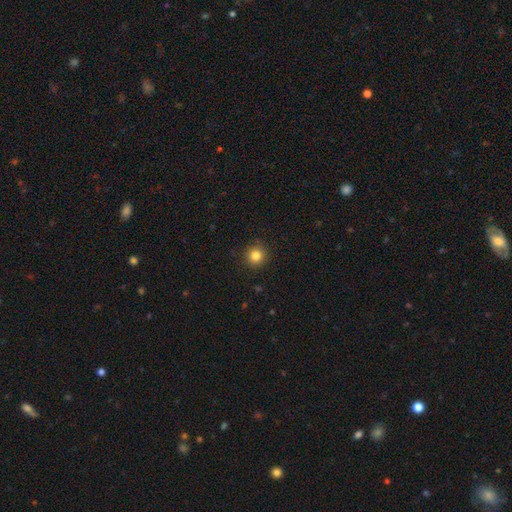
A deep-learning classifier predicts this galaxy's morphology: Smooth or featured? smooth (83%)
How rounded? round (93%)
Merging? none (91%)